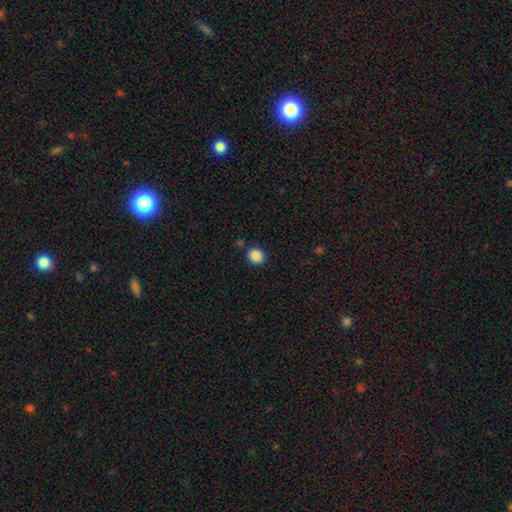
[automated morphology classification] This is clearly a smooth galaxy (88%). How rounded: likely round (69%). Merging: clearly none (85%).